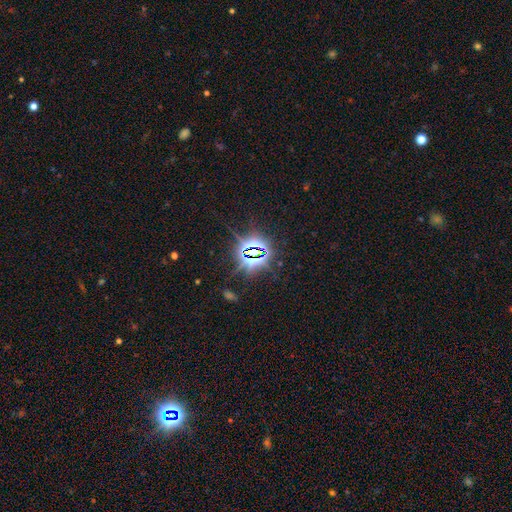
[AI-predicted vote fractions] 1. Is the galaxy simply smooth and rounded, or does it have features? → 82% star or artifact, 10% smooth, 8% featured or disk.